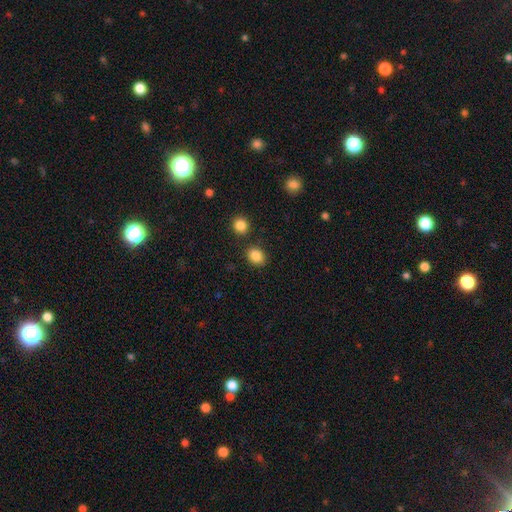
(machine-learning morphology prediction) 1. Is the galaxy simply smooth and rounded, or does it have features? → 86% smooth, 10% star or artifact, 4% featured or disk.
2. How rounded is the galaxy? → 58% round, 42% in between, 1% cigar-shaped.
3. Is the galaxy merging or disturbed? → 82% none, 9% minor disturbance, 7% merger, 3% major disturbance.